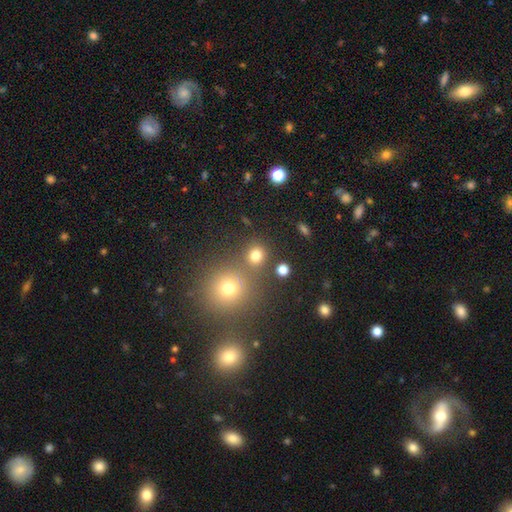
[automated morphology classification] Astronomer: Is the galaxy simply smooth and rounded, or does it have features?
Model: smooth — 76%.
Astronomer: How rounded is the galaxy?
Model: round — 83%.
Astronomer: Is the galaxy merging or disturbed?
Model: none — 72%.